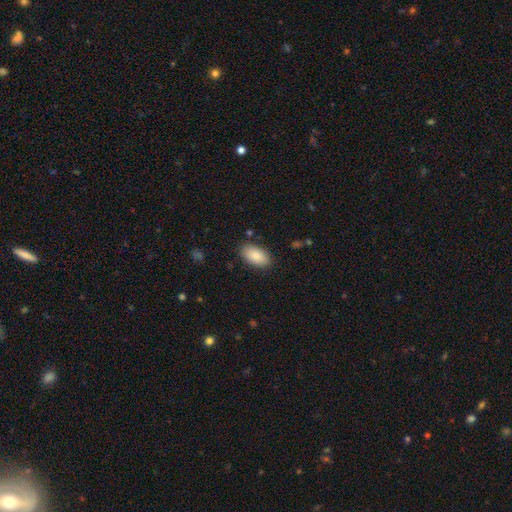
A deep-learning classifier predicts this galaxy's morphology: smooth 87%, star or artifact 6%, featured or disk 6%. Down the decision tree: how rounded — in between (94%); merging — none (85%).